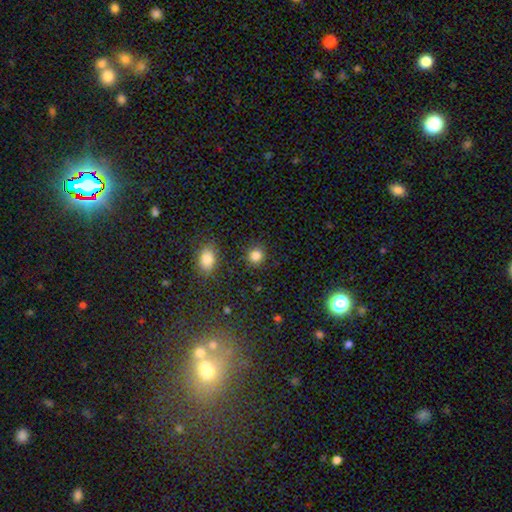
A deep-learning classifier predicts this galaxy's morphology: A smooth galaxy with no disk features (84%) that is round (86%). Merging: none (88%).